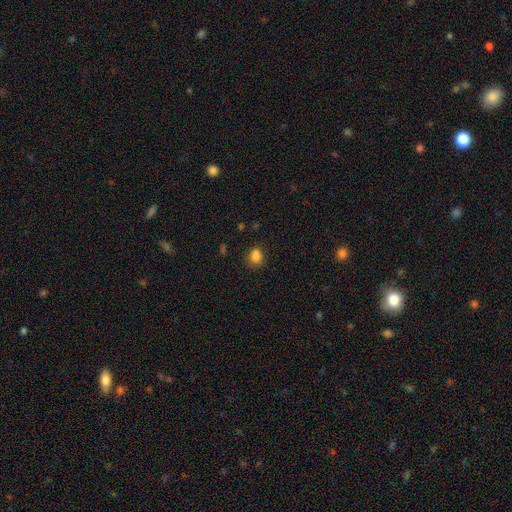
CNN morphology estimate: A smooth galaxy with no disk features (82%) that is in between round and cigar-shaped (50%). Merging: none (71%).